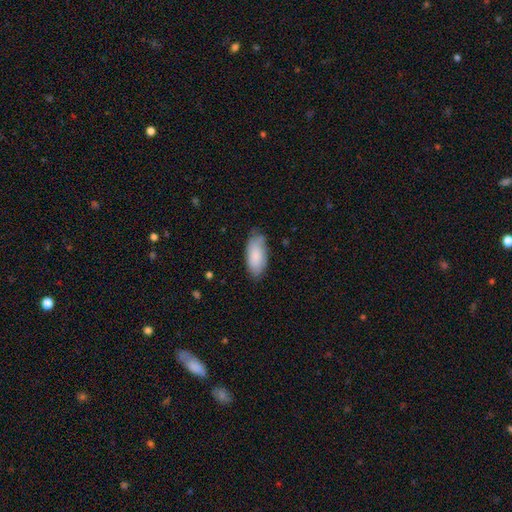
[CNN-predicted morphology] A smooth galaxy with no disk features (81%) that is in between round and cigar-shaped (90%). Merging: none (69%).